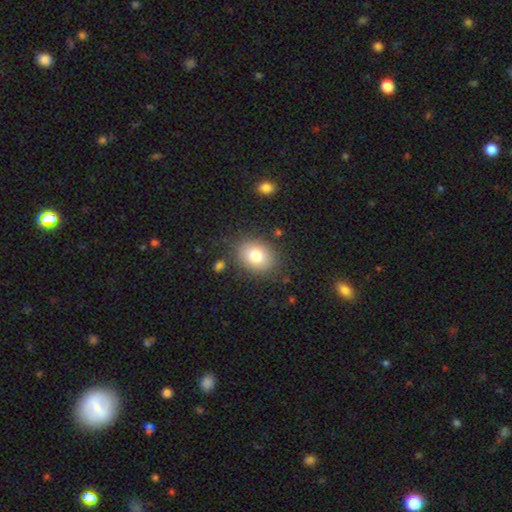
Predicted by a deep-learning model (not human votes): This is clearly a smooth galaxy (80%). How rounded: possibly in between (58%). Merging: clearly none (82%).